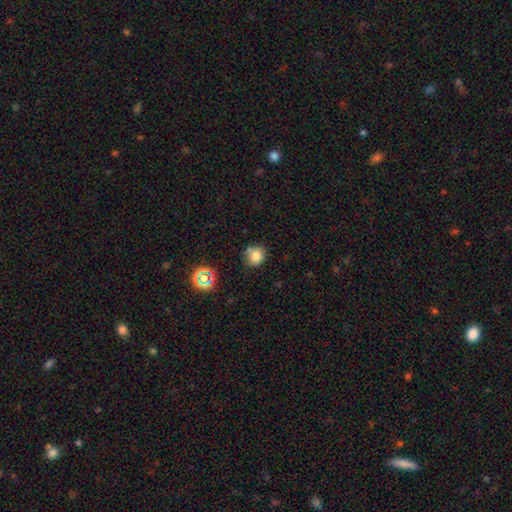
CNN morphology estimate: smooth-or-featured: smooth: 77% | star or artifact: 14% | featured or disk: 9%
  how-rounded: round: 82% | in between: 17% | cigar-shaped: 1%
  merging: none: 70% | minor disturbance: 16% | merger: 10% | major disturbance: 4%